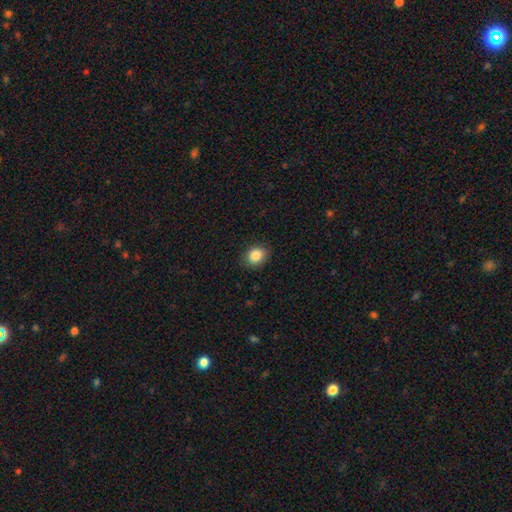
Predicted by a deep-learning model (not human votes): A smooth galaxy with no disk features (86%) that is round (56%).

Vote fractions:
- Smooth or featured? smooth: 86% / star or artifact: 9% / featured or disk: 5%
- How rounded? round: 56% / in between: 43% / cigar-shaped: 1%
- Merging? none: 87% / minor disturbance: 10% / major disturbance: 2% / merger: 1%